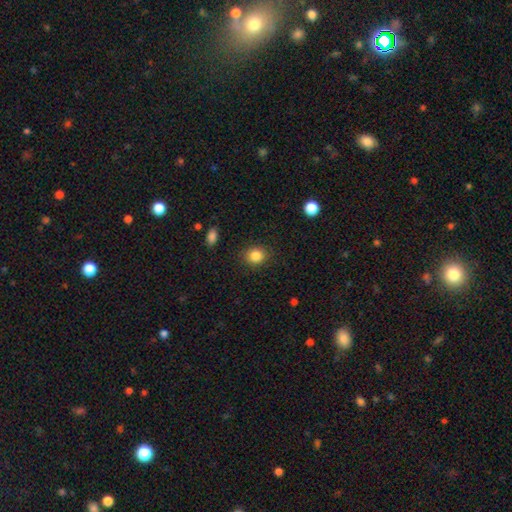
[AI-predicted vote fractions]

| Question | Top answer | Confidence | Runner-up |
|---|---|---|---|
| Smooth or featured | smooth | 85% | star or artifact (10%) |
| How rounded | round | 76% | in between (23%) |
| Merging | none | 88% | minor disturbance (8%) |